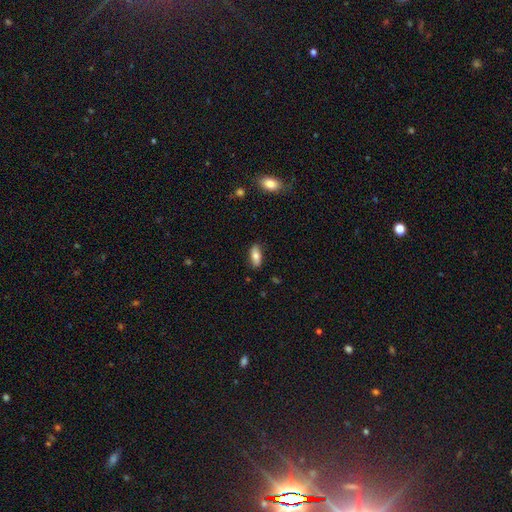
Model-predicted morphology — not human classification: smooth 79%, featured or disk 14%, star or artifact 7%. Down the decision tree: how rounded — in between (80%); merging — none (84%).